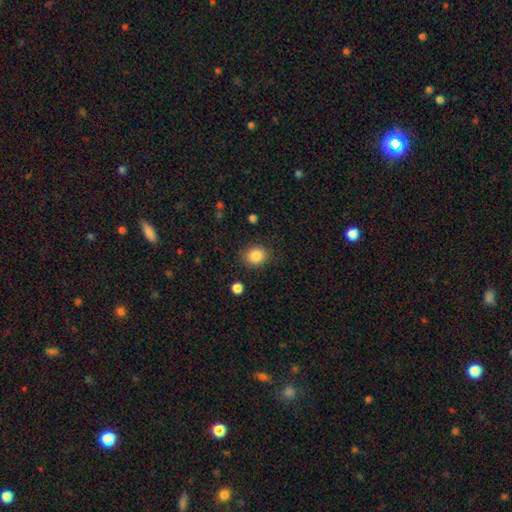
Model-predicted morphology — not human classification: Smooth or featured: smooth — 87% (star or artifact — 9%)
How rounded: round — 76% (in between — 23%)
Merging: none — 86% (minor disturbance — 9%)